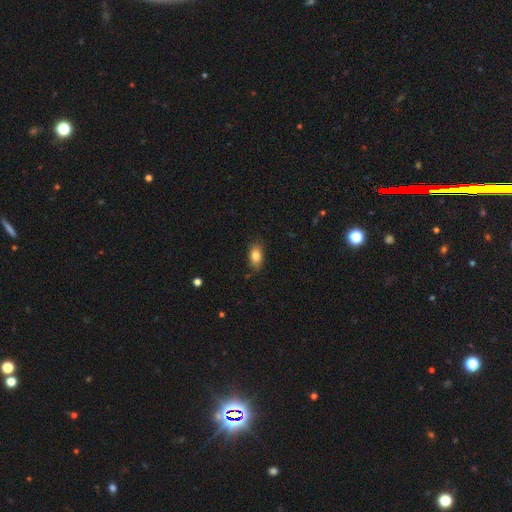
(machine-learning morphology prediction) Smooth or featured: smooth — 83% (star or artifact — 8%)
How rounded: in between — 88% (round — 9%)
Merging: none — 82% (minor disturbance — 14%)